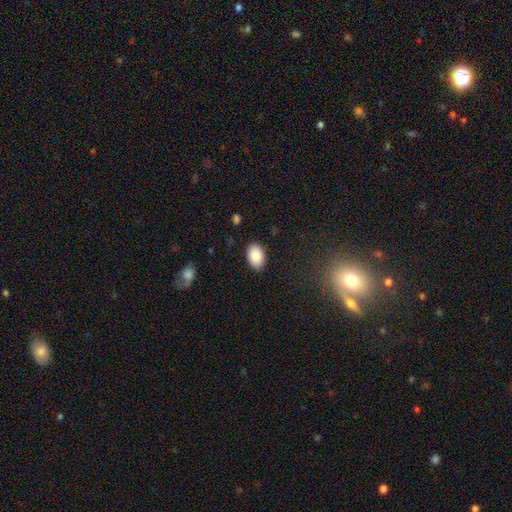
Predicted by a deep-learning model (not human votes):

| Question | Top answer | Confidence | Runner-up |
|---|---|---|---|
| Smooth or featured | smooth | 88% | star or artifact (7%) |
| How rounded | in between | 88% | round (11%) |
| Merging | none | 88% | minor disturbance (9%) |